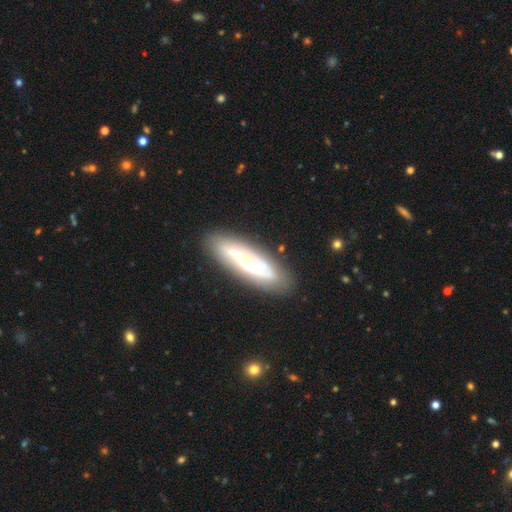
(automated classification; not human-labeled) smooth-or-featured: featured or disk: 58% | smooth: 33% | star or artifact: 9%
  disk-edge-on: yes: 53% | no: 47%
  merging: none: 85% | minor disturbance: 11% | major disturbance: 3% | merger: 2%